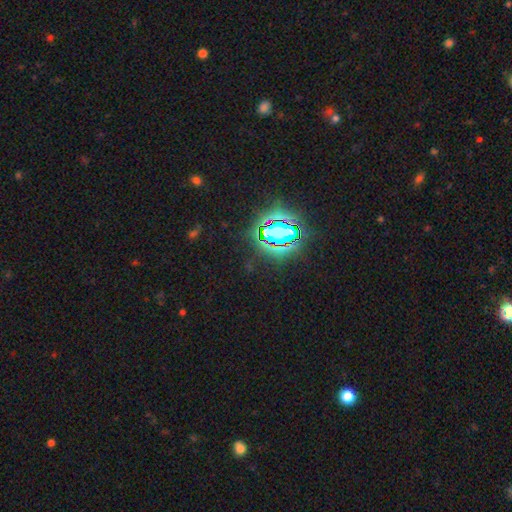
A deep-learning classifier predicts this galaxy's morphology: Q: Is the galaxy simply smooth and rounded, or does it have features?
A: star or artifact — 80%.